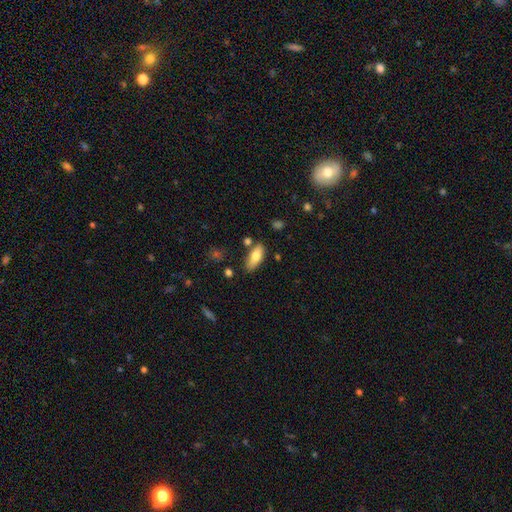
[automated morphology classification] The model was most divided on "merging": none: 74%, minor disturbance: 16%, merger: 6%, major disturbance: 3%. More confident: how rounded — in between (79%); smooth or featured — smooth (76%).